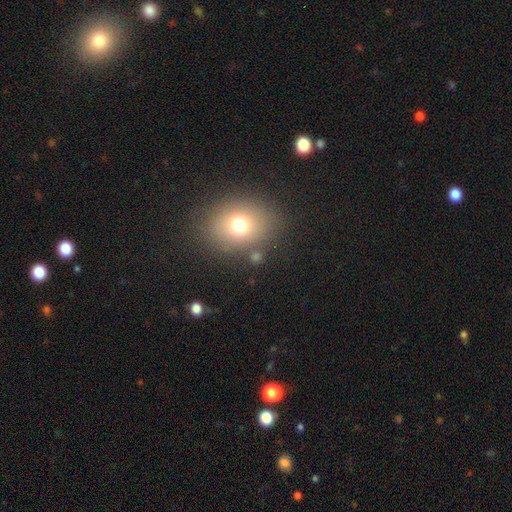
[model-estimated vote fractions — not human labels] smooth_or_featured: smooth (p=0.71) [alt: star or artifact p=0.16]
how_rounded: in between (p=0.51) [alt: round p=0.48]
merging: none (p=0.80) [alt: minor disturbance p=0.11]